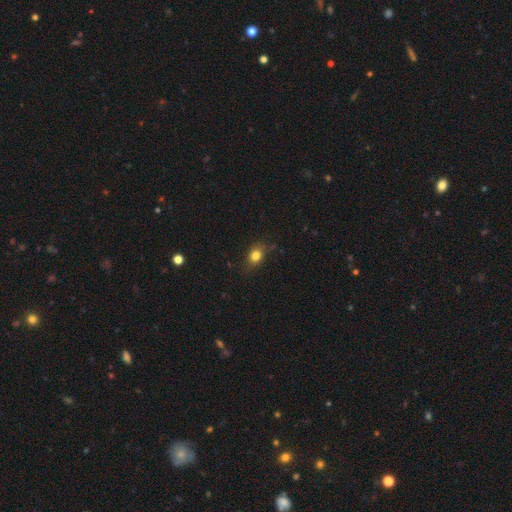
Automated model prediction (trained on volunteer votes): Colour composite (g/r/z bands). It shows a smooth galaxy with no disk features (80%) that is in between round and cigar-shaped (56%). Merging: none (75%).